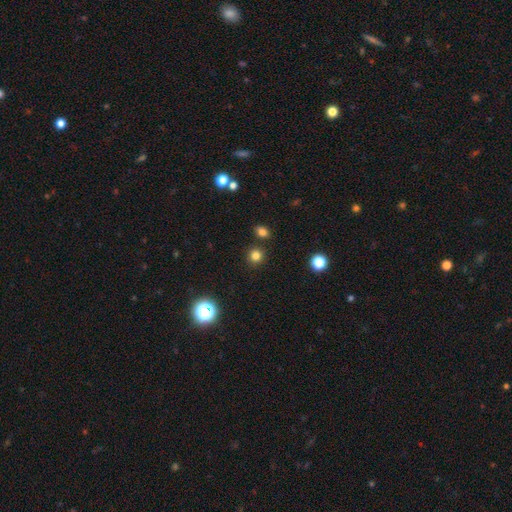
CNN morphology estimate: smooth-or-featured: smooth: 79% | star or artifact: 16% | featured or disk: 5%
  how-rounded: round: 90% | in between: 9% | cigar-shaped: 1%
  merging: none: 85% | minor disturbance: 7% | merger: 6% | major disturbance: 2%